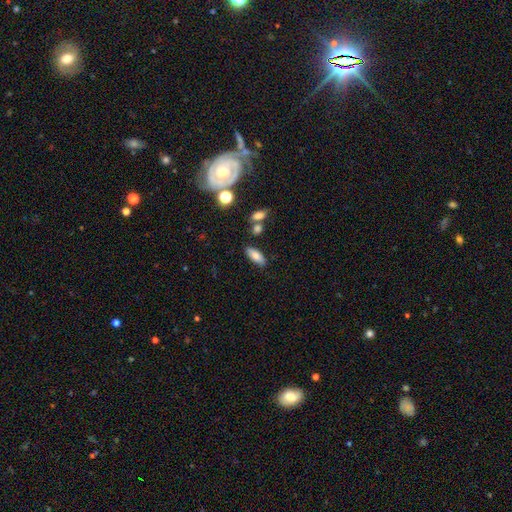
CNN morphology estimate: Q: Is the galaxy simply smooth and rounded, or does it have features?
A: smooth — 77%.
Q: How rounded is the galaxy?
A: in between — 77%.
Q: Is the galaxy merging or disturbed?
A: none — 79%.